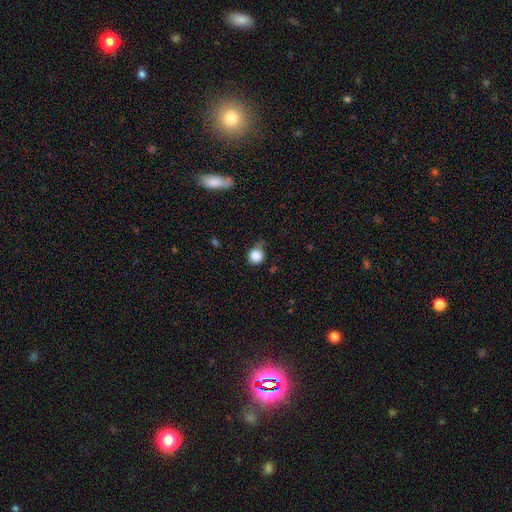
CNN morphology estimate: A smooth galaxy with no disk features (86%) that is round (90%). Merging: none (62%).